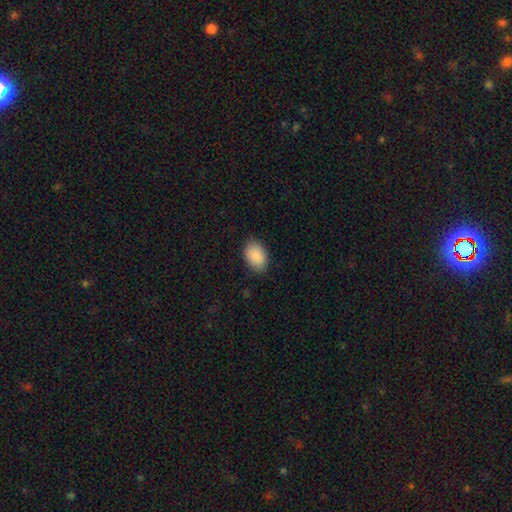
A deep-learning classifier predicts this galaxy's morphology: A smooth galaxy with no disk features (90%) that is in between round and cigar-shaped (84%).

Vote fractions:
- Smooth or featured? smooth: 90% / star or artifact: 6% / featured or disk: 4%
- How rounded? in between: 84% / round: 15% / cigar-shaped: 1%
- Merging? none: 83% / minor disturbance: 13% / major disturbance: 3% / merger: 1%